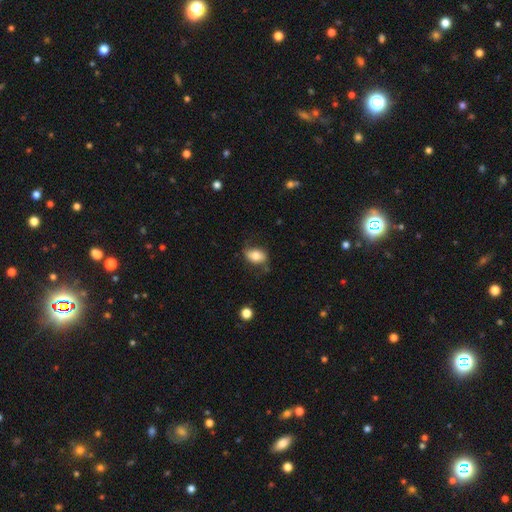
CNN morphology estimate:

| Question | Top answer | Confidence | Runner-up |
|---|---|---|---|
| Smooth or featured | smooth | 69% | featured or disk (23%) |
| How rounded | in between | 84% | round (14%) |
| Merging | none | 63% | minor disturbance (25%) |